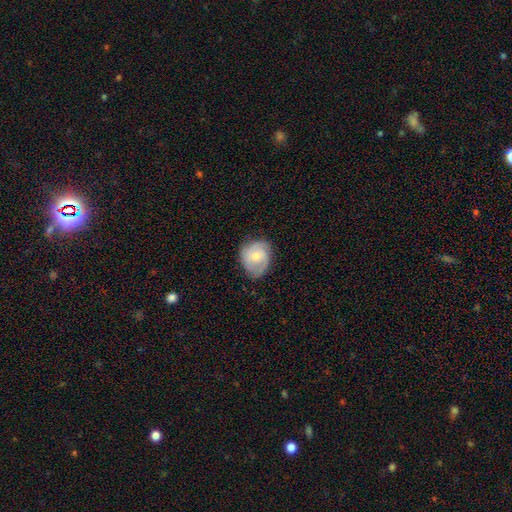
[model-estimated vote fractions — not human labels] Morphology: type=featured or disk (60%); edge-on=no (97%); bar=no (68%); spiral arms=yes (89%); winding=tight (50%); arm count=2 (42%); bulge=moderate (48%); merging=none (67%).